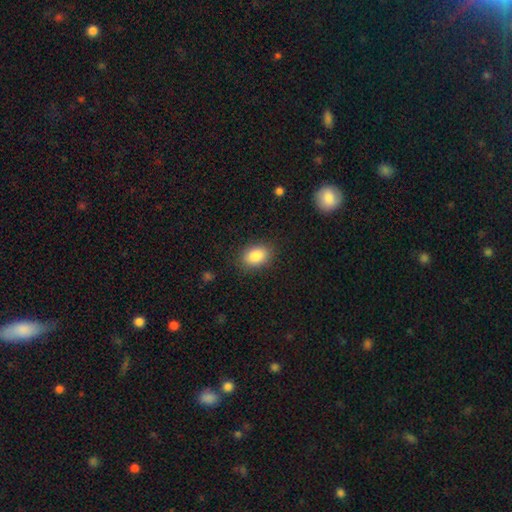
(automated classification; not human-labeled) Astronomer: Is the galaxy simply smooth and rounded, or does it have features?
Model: smooth — 87%.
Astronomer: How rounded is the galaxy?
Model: in between — 82%.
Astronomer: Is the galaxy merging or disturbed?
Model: none — 85%.